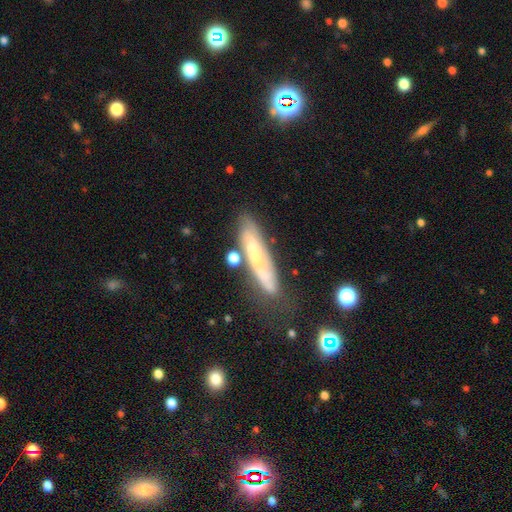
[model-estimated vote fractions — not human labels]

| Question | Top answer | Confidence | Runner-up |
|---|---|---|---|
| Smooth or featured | featured or disk | 51% | smooth (40%) |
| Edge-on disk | yes | 51% | no (49%) |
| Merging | none | 61% | minor disturbance (22%) |